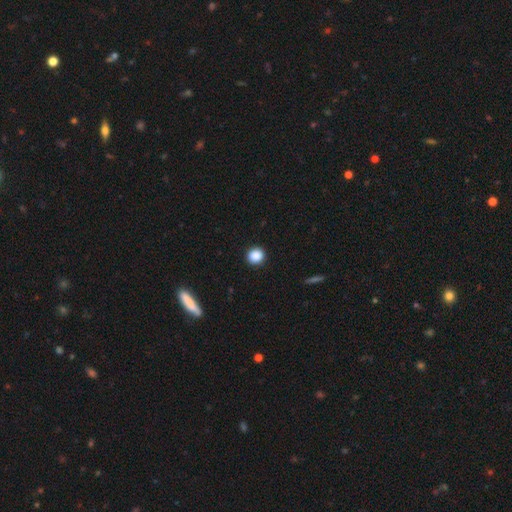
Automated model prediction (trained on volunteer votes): Morphology: type=smooth (88%); roundness=round (90%); merging=none (92%).